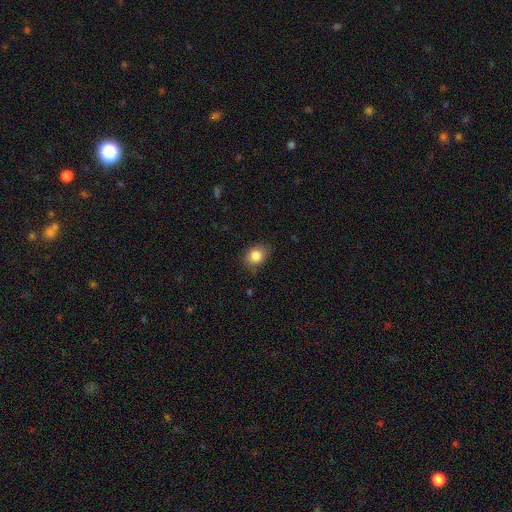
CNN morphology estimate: This is clearly a smooth galaxy (84%). How rounded: possibly in between (52%). Merging: likely none (79%).